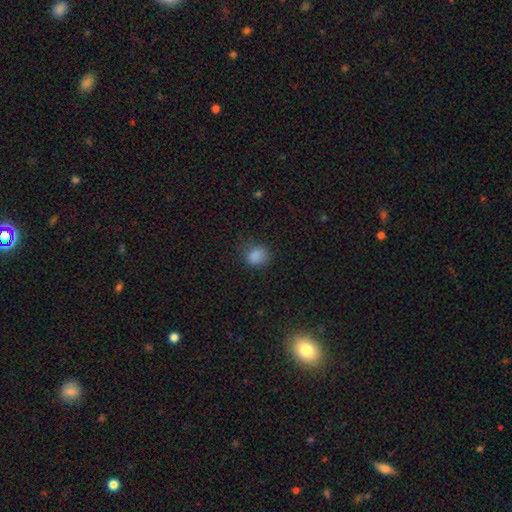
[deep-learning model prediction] Q: Smooth or featured?
A: smooth (84%); runner-up: star or artifact (12%)
Q: How rounded?
A: round (70%); runner-up: in between (29%)
Q: Merging?
A: none (74%); runner-up: minor disturbance (19%)